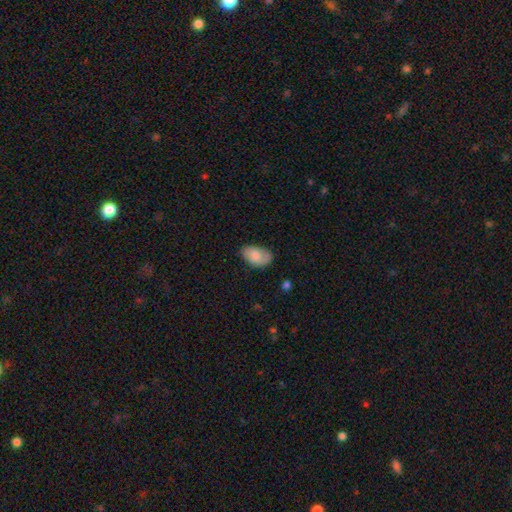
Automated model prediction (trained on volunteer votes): A smooth galaxy with no disk features (77%) that is in between round and cigar-shaped (93%).

Vote fractions:
- Smooth or featured? smooth: 77% / featured or disk: 17% / star or artifact: 7%
- How rounded? in between: 93% / round: 6% / cigar-shaped: 1%
- Merging? none: 69% / minor disturbance: 24% / major disturbance: 5% / merger: 2%